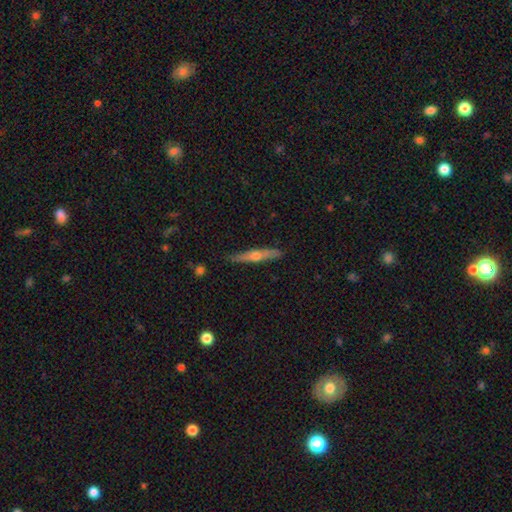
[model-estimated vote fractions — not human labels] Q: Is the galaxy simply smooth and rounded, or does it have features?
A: featured or disk — 64%.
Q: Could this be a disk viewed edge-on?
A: yes — 96%.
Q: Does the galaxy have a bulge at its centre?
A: rounded — 91%.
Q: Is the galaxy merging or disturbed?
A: none — 88%.